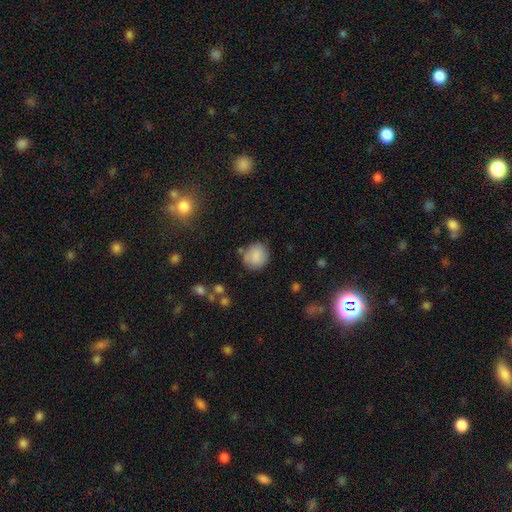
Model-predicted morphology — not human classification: Smooth or featured? smooth (85%)
How rounded? round (84%)
Merging? none (78%)